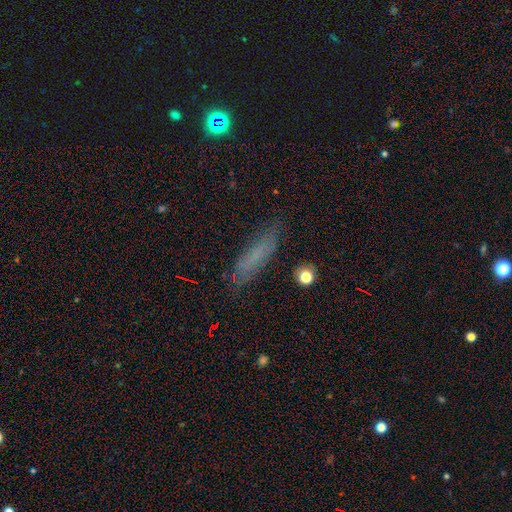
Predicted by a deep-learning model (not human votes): A smooth galaxy with no disk features (61%) that is cigar-shaped (72%).

Vote fractions:
- Smooth or featured? smooth: 61% / featured or disk: 25% / star or artifact: 14%
- How rounded? cigar-shaped: 72% / in between: 26% / round: 2%
- Merging? none: 77% / minor disturbance: 16% / major disturbance: 5% / merger: 2%